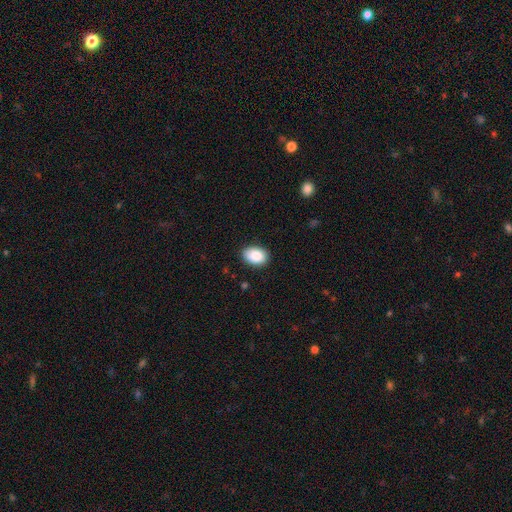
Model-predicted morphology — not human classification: Smooth or featured?
  - smooth: 87% *
  - star or artifact: 7%
  - featured or disk: 6%
How rounded?
  - in between: 82% *
  - round: 17%
  - cigar-shaped: 1%
Merging?
  - none: 83% *
  - minor disturbance: 13%
  - major disturbance: 2%
  - merger: 1%